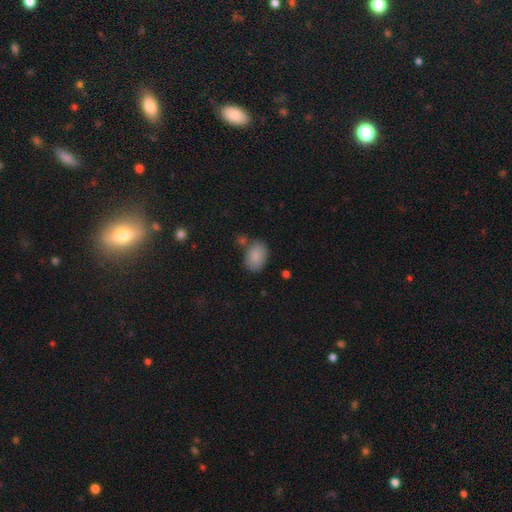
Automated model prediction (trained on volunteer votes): The model was most divided on "merging": none: 69%, minor disturbance: 16%, merger: 10%, major disturbance: 4%. More confident: smooth or featured — smooth (87%); how rounded — in between (83%).